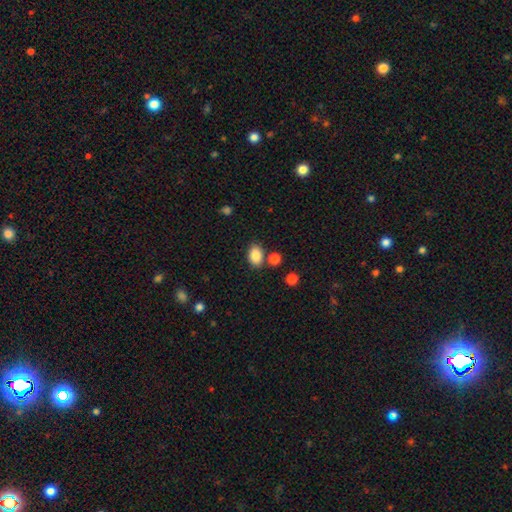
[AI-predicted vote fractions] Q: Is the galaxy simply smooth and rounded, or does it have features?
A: smooth — 87%.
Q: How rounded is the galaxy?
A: in between — 81%.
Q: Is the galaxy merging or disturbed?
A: none — 76%.